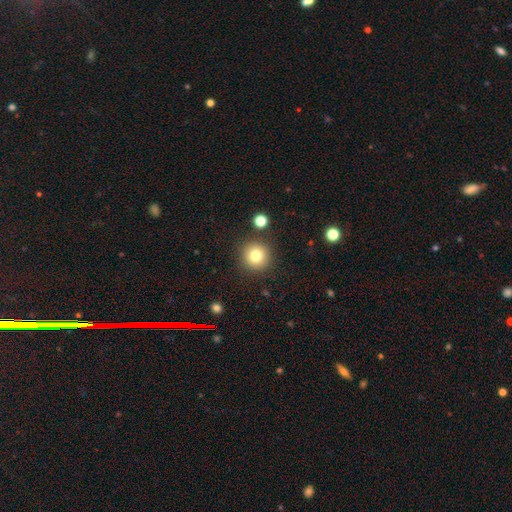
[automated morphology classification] The model was most divided on "smooth or featured": smooth: 79%, star or artifact: 12%, featured or disk: 9%. More confident: how rounded — round (95%); merging — none (88%).